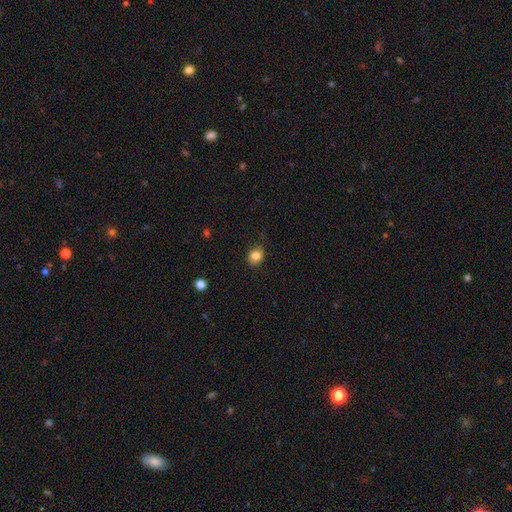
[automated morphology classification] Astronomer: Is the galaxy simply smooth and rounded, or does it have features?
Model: smooth — 84%.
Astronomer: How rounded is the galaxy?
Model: round — 63%.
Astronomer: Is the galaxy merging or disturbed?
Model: none — 77%.